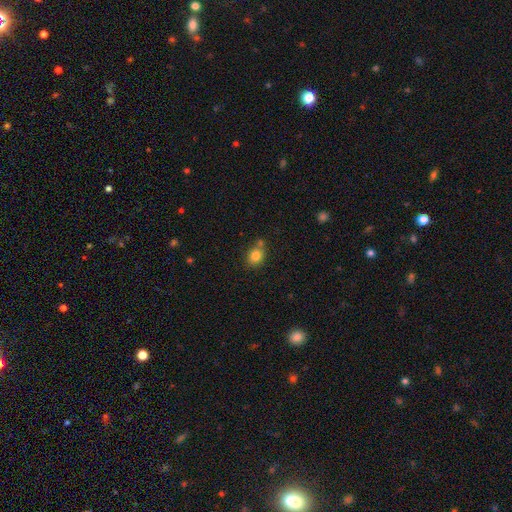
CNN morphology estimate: This appears to be a smooth galaxy with no disk features (81%) that is round (64%). Merging: none (64%).